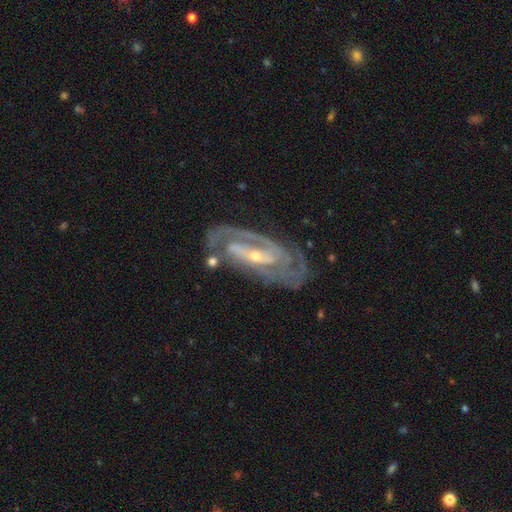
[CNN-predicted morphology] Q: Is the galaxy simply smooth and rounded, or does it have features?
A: featured or disk — 90%.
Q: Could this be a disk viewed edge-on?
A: no — 93%.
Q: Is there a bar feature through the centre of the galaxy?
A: strong — 44%.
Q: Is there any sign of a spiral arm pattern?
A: yes — 96%.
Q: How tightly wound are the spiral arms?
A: tight — 60%.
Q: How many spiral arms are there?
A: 2 — 62%.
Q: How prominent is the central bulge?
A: small — 68%.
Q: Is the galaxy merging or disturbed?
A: none — 73%.